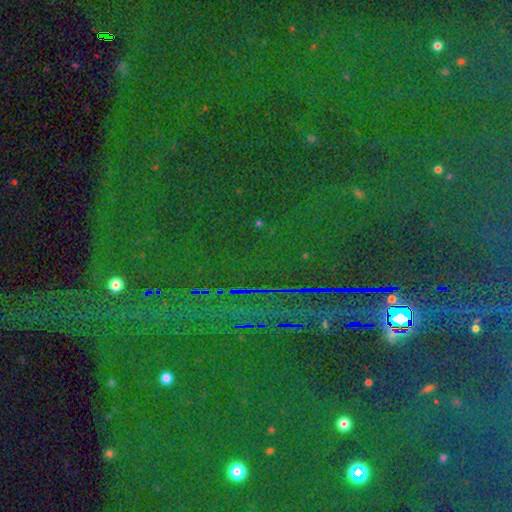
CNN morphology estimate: Smooth or featured? Predicted: star or artifact (p=0.87).